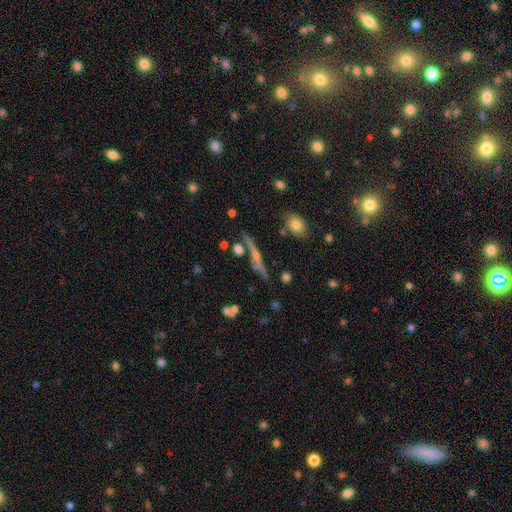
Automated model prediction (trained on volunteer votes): This appears to be a featured or disk galaxy (63%) viewed edge-on (94%) with a rounded central bulge (61%). Merging: none (80%).